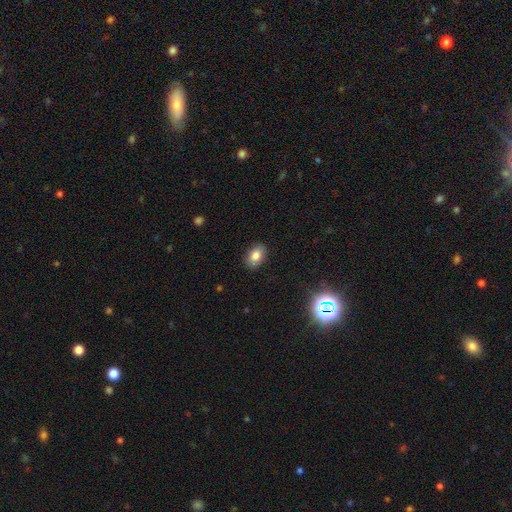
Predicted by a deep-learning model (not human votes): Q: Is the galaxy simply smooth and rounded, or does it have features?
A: smooth — 82%.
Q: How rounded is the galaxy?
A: in between — 86%.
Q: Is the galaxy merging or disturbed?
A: none — 88%.